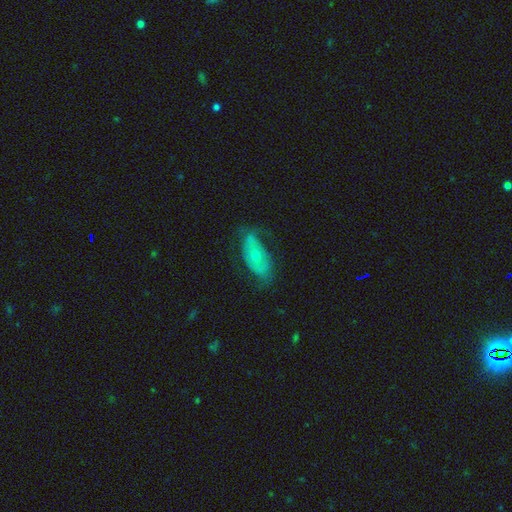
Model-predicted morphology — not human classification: smooth-or-featured: featured or disk: 61% | smooth: 32% | star or artifact: 8%
  disk-edge-on: no: 85% | yes: 15%
    bar: no: 79% | weak: 15% | strong: 6%
    has-spiral-arms: yes: 53% | no: 47%
    bulge-size: moderate: 51% | small: 45% | large: 2% | none: 1% | dominant: 1%
  merging: none: 62% | minor disturbance: 25% | major disturbance: 12% | merger: 2%